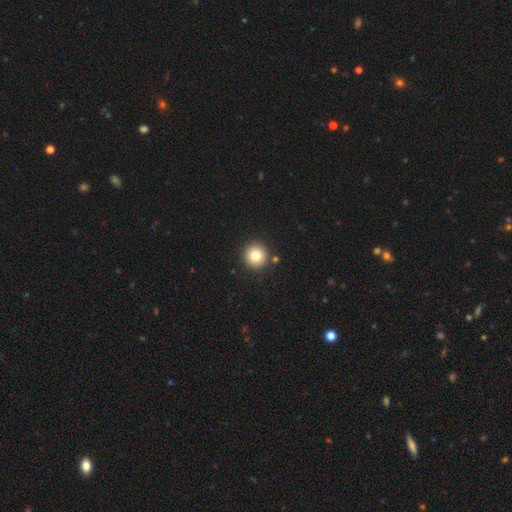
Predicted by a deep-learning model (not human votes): smooth-or-featured: smooth: 80% | star or artifact: 11% | featured or disk: 9%
  how-rounded: round: 96% | in between: 3% | cigar-shaped: 1%
  merging: none: 90% | minor disturbance: 5% | merger: 3% | major disturbance: 2%